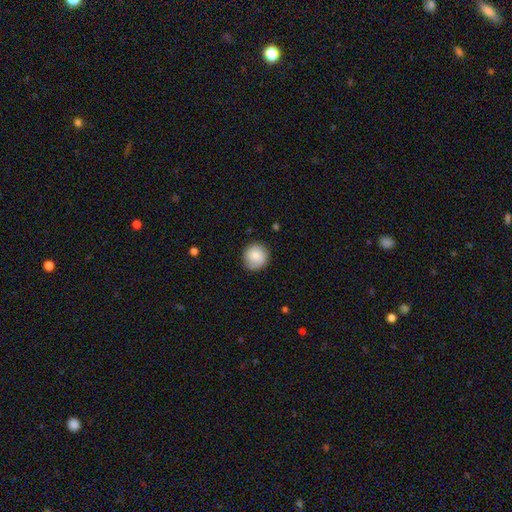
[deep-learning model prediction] smooth-or-featured: smooth: 82% | featured or disk: 11% | star or artifact: 7%
  how-rounded: round: 93% | in between: 6% | cigar-shaped: 1%
  merging: none: 83% | minor disturbance: 13% | major disturbance: 3% | merger: 1%